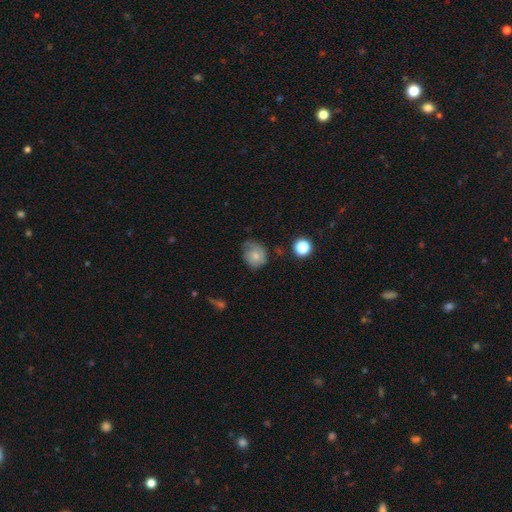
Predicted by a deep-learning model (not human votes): Morphology: type=smooth (62%); roundness=round (70%); merging=none (52%).